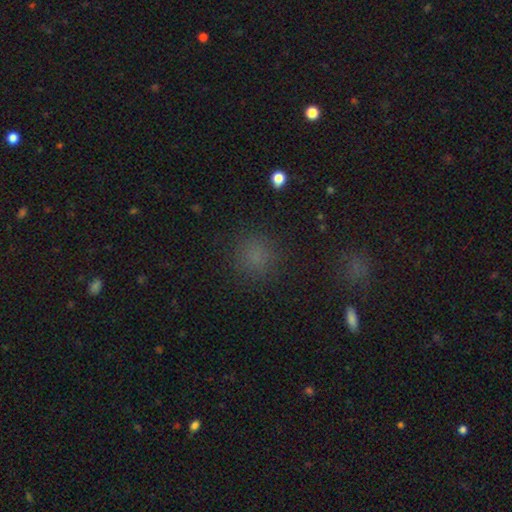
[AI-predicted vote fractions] Q: Smooth or featured?
A: smooth (76%); runner-up: star or artifact (19%)
Q: How rounded?
A: round (91%); runner-up: in between (8%)
Q: Merging?
A: none (87%); runner-up: minor disturbance (8%)